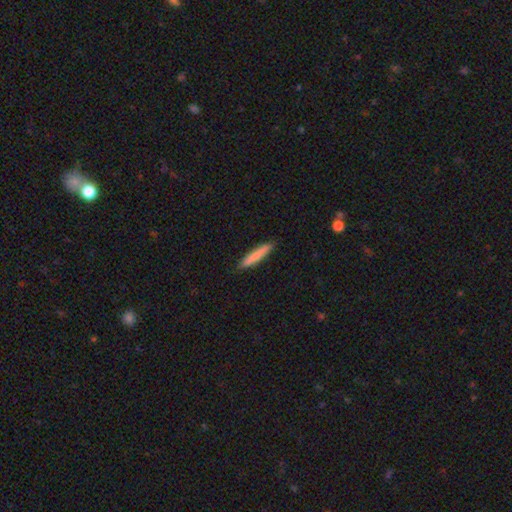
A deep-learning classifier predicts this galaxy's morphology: The model was most divided on "smooth or featured": smooth: 80%, featured or disk: 15%, star or artifact: 6%. More confident: how rounded — cigar-shaped (92%); merging — none (89%).